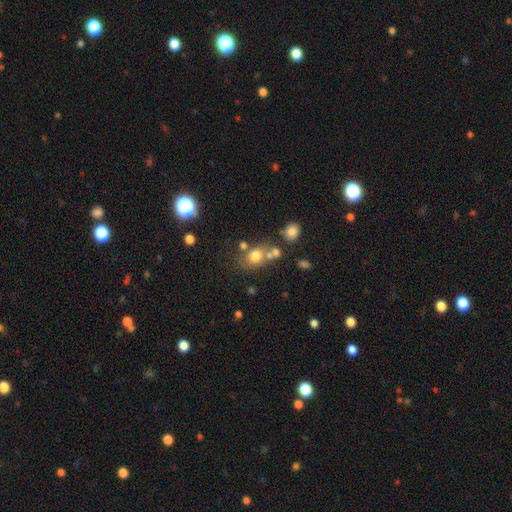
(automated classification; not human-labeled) smooth 72%, star or artifact 14%, featured or disk 13%. Down the decision tree: how rounded — round (59%); merging — none (54%).